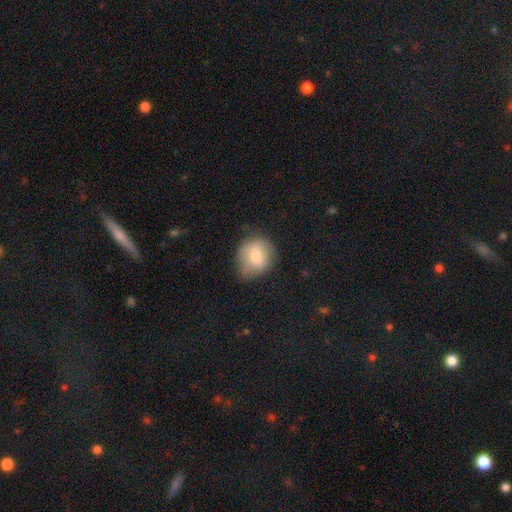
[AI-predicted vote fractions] smooth 71%, featured or disk 21%, star or artifact 8%. Down the decision tree: how rounded — round (76%); merging — none (61%).